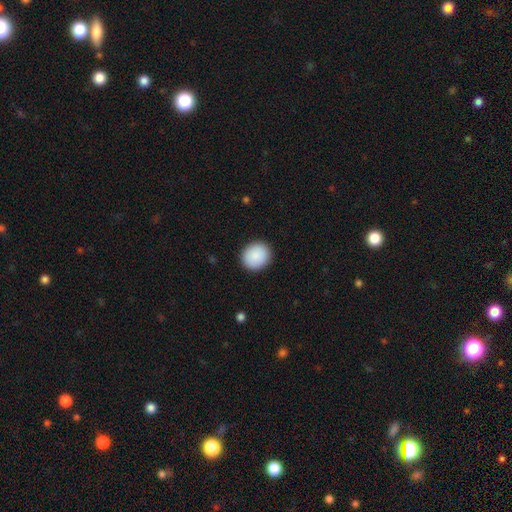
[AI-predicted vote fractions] smooth_or_featured: smooth (p=0.90) [alt: star or artifact p=0.07]
how_rounded: round (p=0.77) [alt: in between p=0.22]
merging: none (p=0.91) [alt: minor disturbance p=0.06]